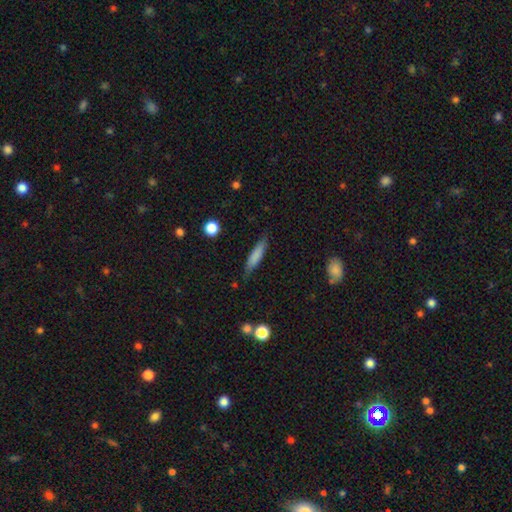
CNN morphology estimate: Smooth or featured? smooth (76%)
How rounded? cigar-shaped (79%)
Merging? none (79%)